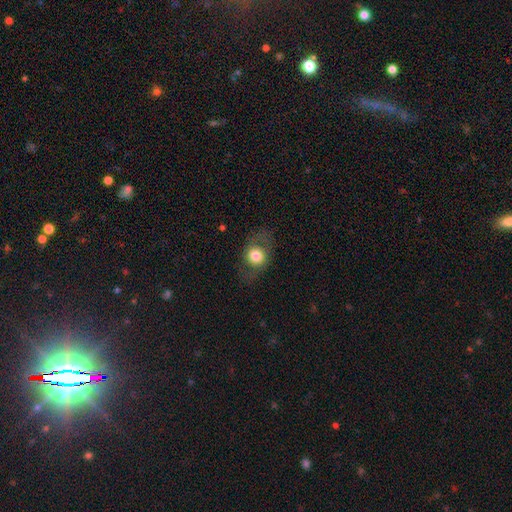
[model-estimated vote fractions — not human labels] smooth 67%, featured or disk 24%, star or artifact 8%. Down the decision tree: how rounded — round (60%); merging — none (74%).